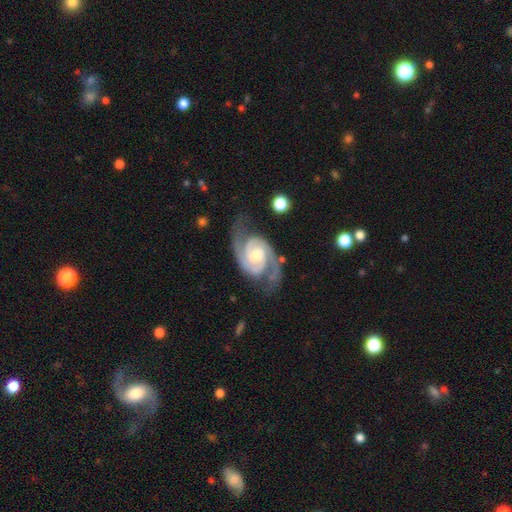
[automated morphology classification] This is clearly a featured or disk galaxy (93%). It is clearly not viewed edge-on (98%). Bar: possibly no (54%). Spiral arm pattern: clearly yes (99%). Spiral arm count: clearly 2 (93%). Spiral winding: possibly medium (51%). Central bulge: possibly moderate (59%). Merging: likely none (73%).